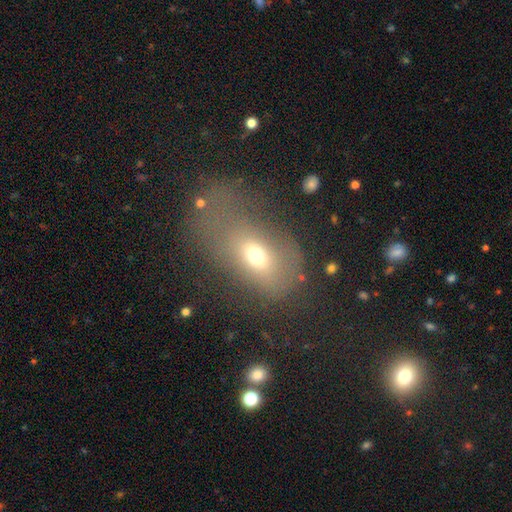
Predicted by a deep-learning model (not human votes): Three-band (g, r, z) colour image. It shows a smooth galaxy with no disk features (62%) that is in between round and cigar-shaped (80%). Merging: major disturbance (42%).